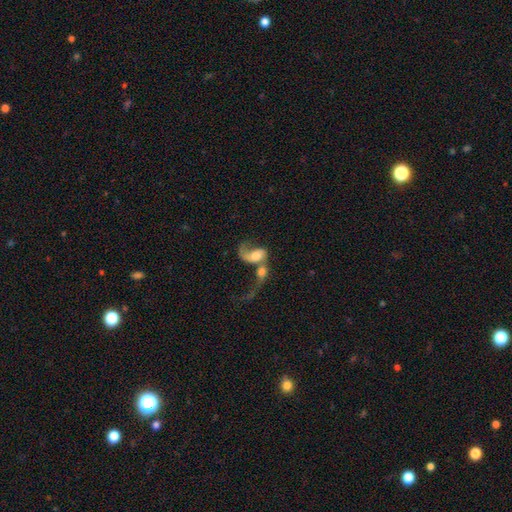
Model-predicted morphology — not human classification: smooth-or-featured: featured or disk: 56% | smooth: 35% | star or artifact: 9%
  disk-edge-on: no: 96% | yes: 4%
    bar: no: 66% | weak: 26% | strong: 8%
    has-spiral-arms: yes: 76% | no: 24%
    bulge-size: large: 33% | moderate: 31% | none: 14% | small: 13% | dominant: 8%
  merging: merger: 69% | major disturbance: 18% | none: 9% | minor disturbance: 5%